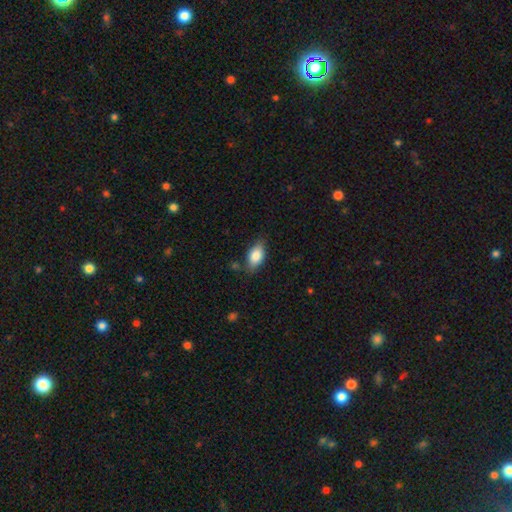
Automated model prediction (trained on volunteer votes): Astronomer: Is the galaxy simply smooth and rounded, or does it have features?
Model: smooth — 83%.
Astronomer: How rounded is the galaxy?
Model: in between — 90%.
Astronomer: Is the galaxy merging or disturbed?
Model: none — 78%.